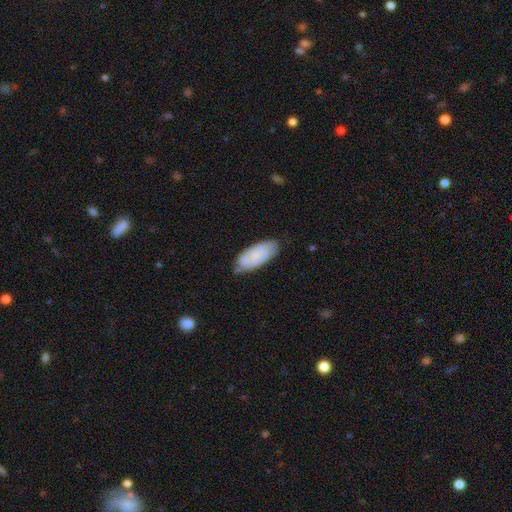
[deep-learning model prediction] Smooth or featured: smooth — 71% (featured or disk — 23%)
How rounded: in between — 86% (cigar-shaped — 13%)
Merging: none — 68% (minor disturbance — 25%)